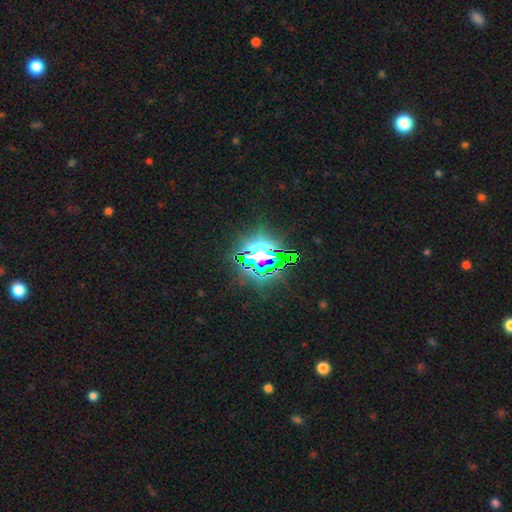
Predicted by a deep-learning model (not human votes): A star or artifact, not a galaxy (79%).